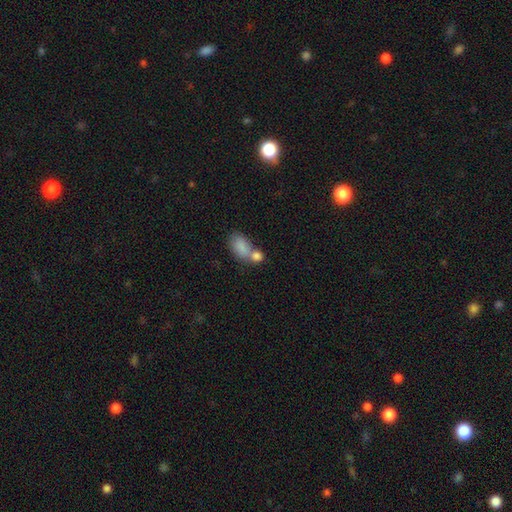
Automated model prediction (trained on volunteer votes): Smooth or featured? Predicted: smooth (p=0.70). How rounded? Predicted: in between (p=0.74). Merging? Predicted: none (p=0.46).